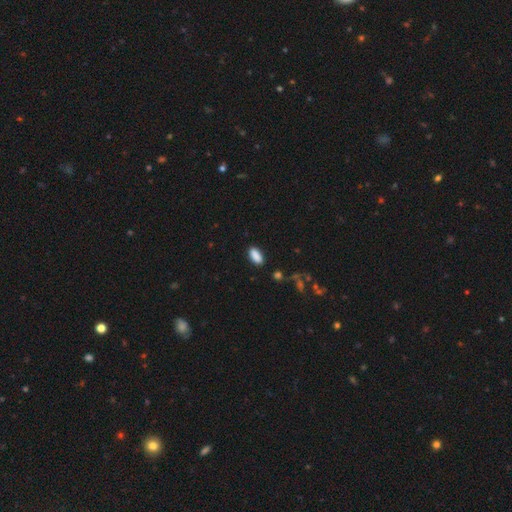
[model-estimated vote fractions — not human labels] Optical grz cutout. It shows a smooth galaxy with no disk features (89%) that is in between round and cigar-shaped (88%). Merging: none (86%).